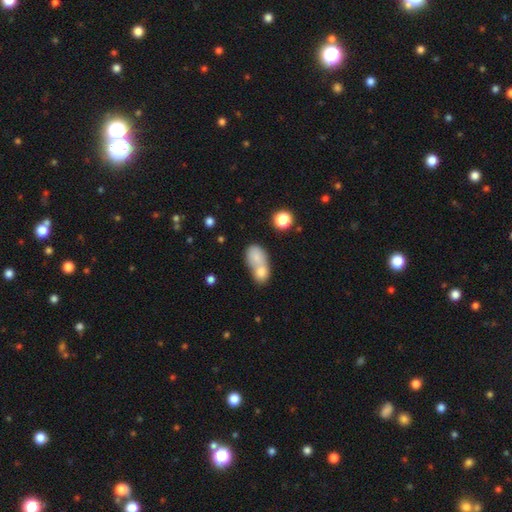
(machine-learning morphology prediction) A smooth galaxy with no disk features (77%) that is in between round and cigar-shaped (72%).

Vote fractions:
- Smooth or featured? smooth: 77% / featured or disk: 14% / star or artifact: 9%
- How rounded? in between: 72% / round: 26% / cigar-shaped: 3%
- Merging? merger: 71% / none: 19% / minor disturbance: 6% / major disturbance: 4%